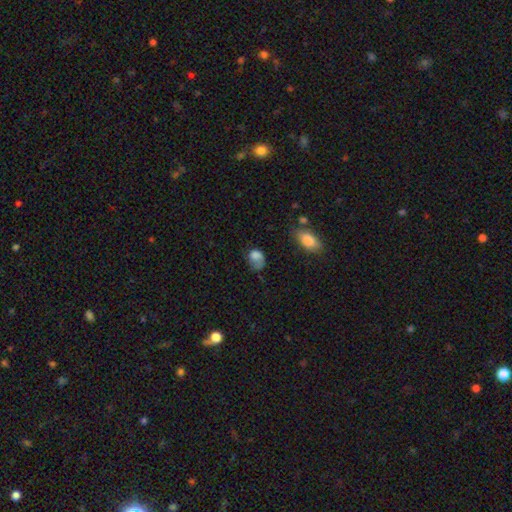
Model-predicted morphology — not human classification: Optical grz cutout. It shows a smooth galaxy with no disk features (74%) that is in between round and cigar-shaped (63%). Merging: major disturbance (33%).